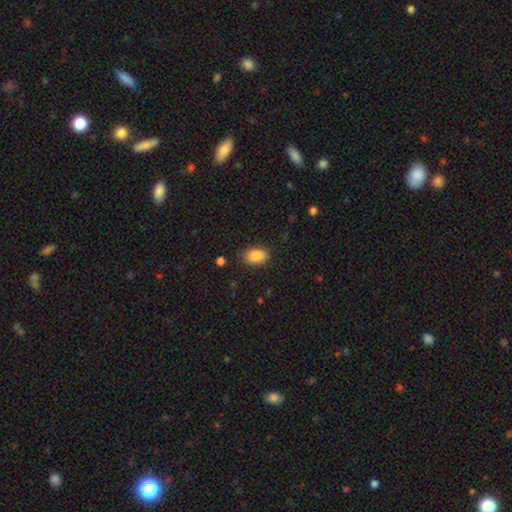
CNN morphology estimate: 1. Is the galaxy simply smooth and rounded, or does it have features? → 87% smooth, 8% star or artifact, 5% featured or disk.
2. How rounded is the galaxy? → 86% in between, 12% round, 1% cigar-shaped.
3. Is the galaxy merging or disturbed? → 85% none, 11% minor disturbance, 3% major disturbance, 1% merger.